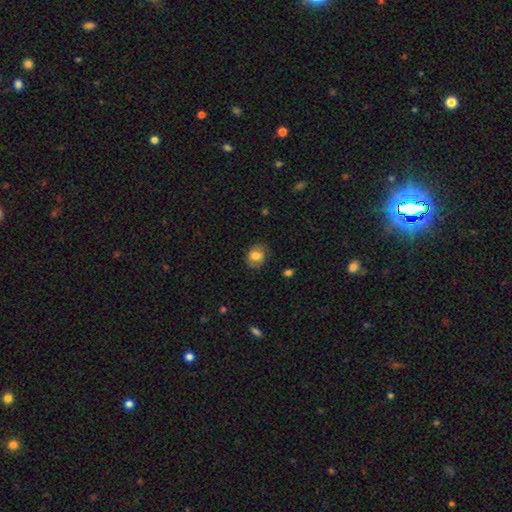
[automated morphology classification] Overall: smooth (75%). How rounded: in between (51%; round 48%). Merging: none (79%).